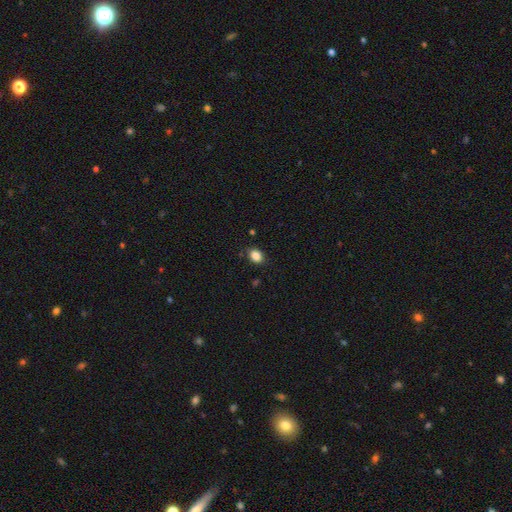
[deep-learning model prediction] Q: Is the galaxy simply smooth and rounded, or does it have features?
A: smooth — 86%.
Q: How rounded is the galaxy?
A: in between — 59%.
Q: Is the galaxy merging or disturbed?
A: none — 85%.